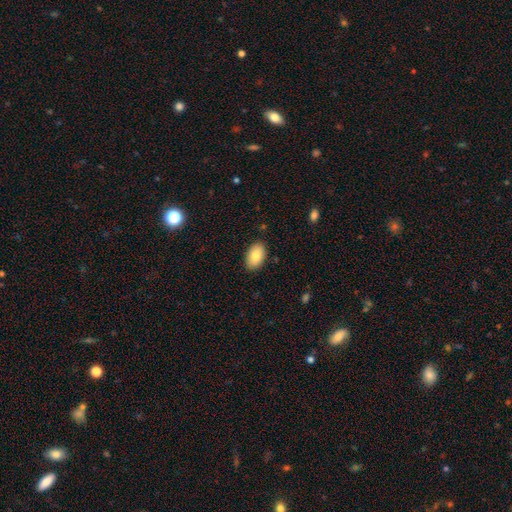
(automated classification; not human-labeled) Morphology: type=smooth (84%); roundness=in between (93%); merging=none (87%).